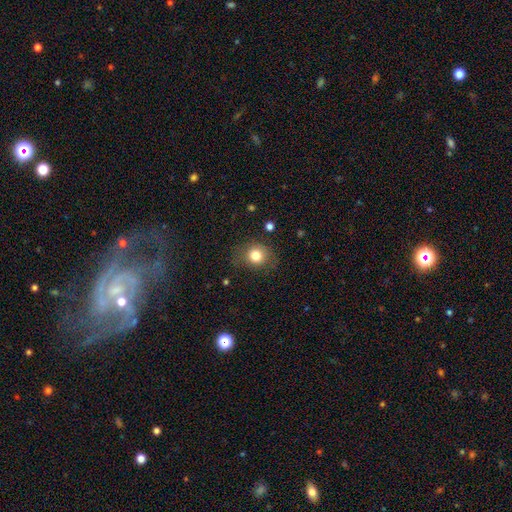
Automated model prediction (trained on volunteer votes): The model was most divided on "how rounded": round: 73%, in between: 26%, cigar-shaped: 1%. More confident: smooth or featured — smooth (80%); merging — none (74%).